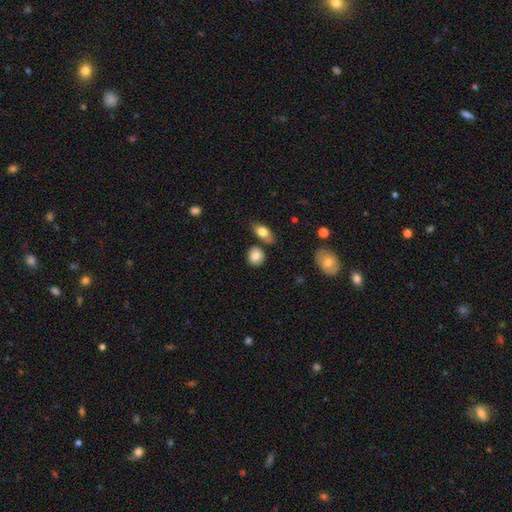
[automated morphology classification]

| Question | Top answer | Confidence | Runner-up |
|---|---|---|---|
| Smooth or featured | smooth | 84% | featured or disk (8%) |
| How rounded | round | 70% | in between (28%) |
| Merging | none | 73% | minor disturbance (13%) |